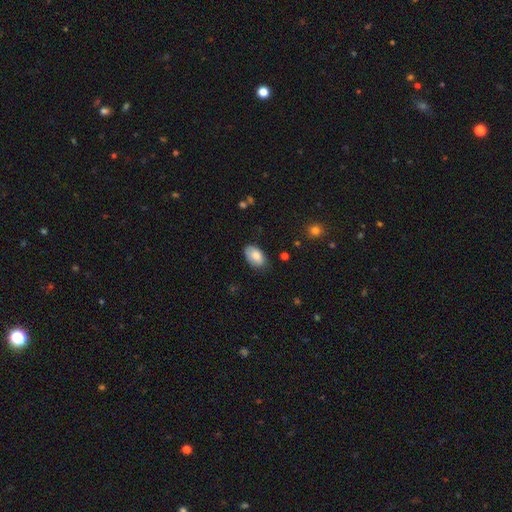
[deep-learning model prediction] smooth-or-featured: smooth: 81% | featured or disk: 13% | star or artifact: 7%
  how-rounded: in between: 94% | round: 5% | cigar-shaped: 1%
  merging: none: 75% | minor disturbance: 20% | major disturbance: 4% | merger: 1%